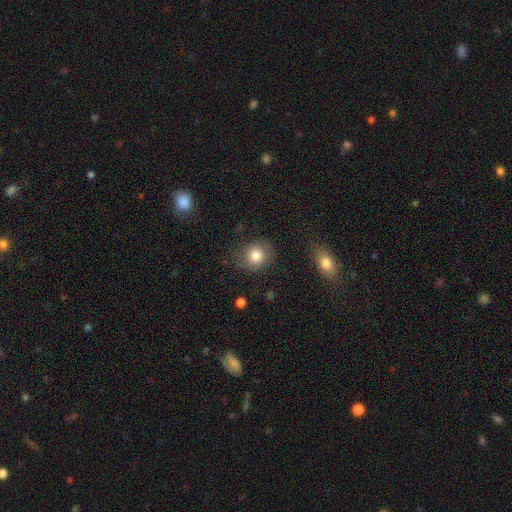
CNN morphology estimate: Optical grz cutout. It shows a smooth galaxy with no disk features (77%) that is round (79%). Merging: none (77%).